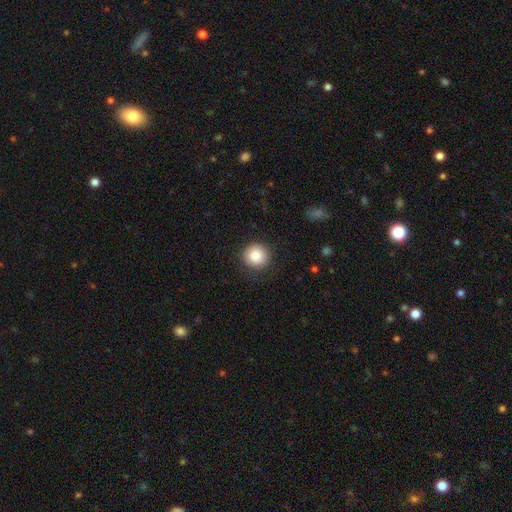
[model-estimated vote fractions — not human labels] Overall: smooth (87%). How rounded: round (94%). Merging: none (87%).